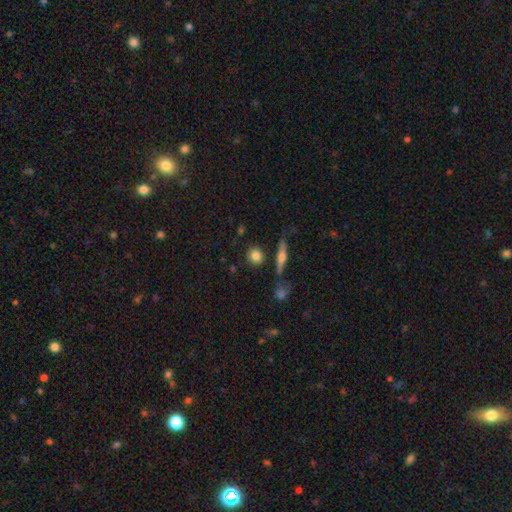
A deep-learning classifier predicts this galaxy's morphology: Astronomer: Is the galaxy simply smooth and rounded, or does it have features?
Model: smooth — 80%.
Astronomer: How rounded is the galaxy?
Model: round — 84%.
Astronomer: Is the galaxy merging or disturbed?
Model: none — 81%.